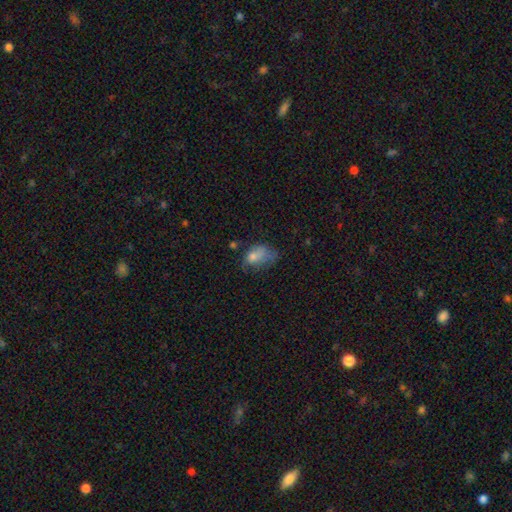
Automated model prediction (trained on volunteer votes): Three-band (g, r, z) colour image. It shows a smooth galaxy with no disk features (68%) that is in between round and cigar-shaped (81%). Merging: major disturbance (39%).